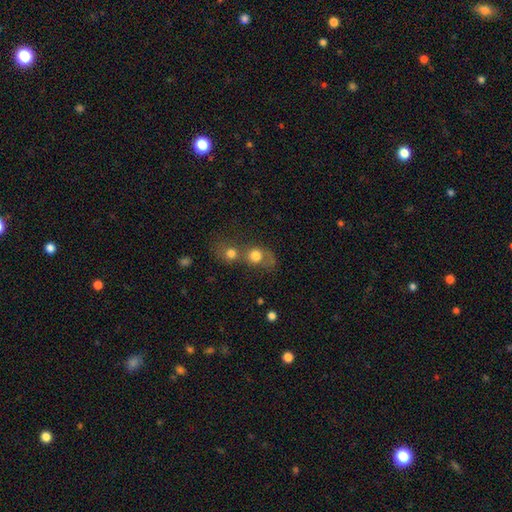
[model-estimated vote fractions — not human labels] Smooth or featured?
  - smooth: 73% *
  - featured or disk: 15%
  - star or artifact: 11%
How rounded?
  - round: 73% *
  - in between: 25%
  - cigar-shaped: 2%
Merging?
  - merger: 60% *
  - none: 22%
  - major disturbance: 10%
  - minor disturbance: 8%